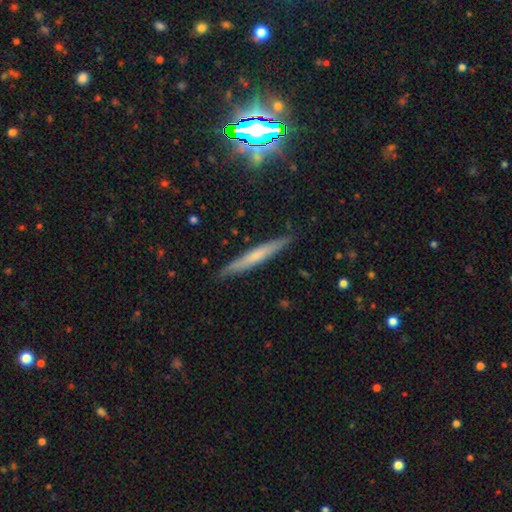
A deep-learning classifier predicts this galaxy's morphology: smooth_or_featured: smooth (p=0.52) [alt: featured or disk p=0.39]
how_rounded: cigar-shaped (p=0.95) [alt: in between p=0.03]
merging: none (p=0.89) [alt: minor disturbance p=0.08]